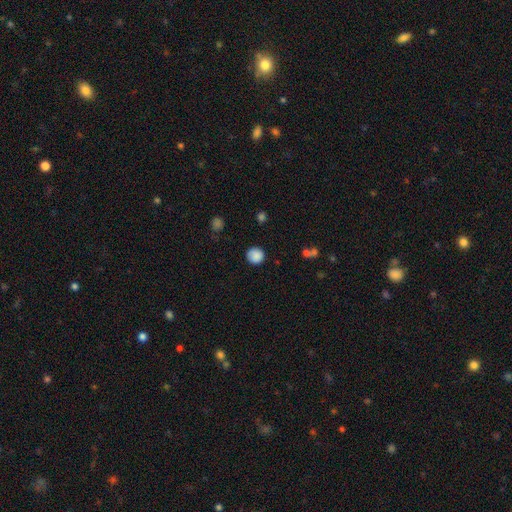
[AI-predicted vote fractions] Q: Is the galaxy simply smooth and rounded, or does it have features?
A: smooth — 87%.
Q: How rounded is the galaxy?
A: round — 93%.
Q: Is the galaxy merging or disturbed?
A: none — 88%.